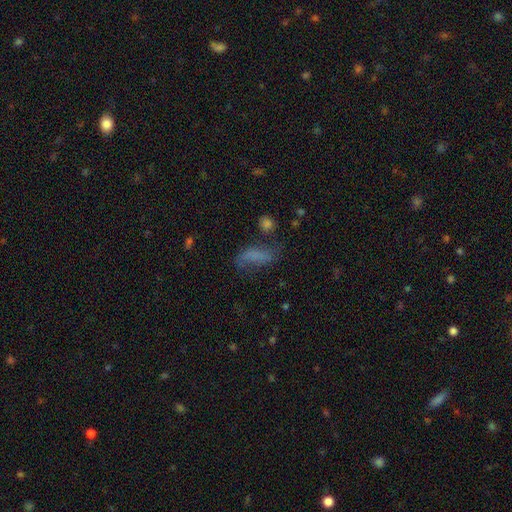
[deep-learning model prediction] Q: Smooth or featured?
A: smooth (56%); runner-up: featured or disk (28%)
Q: How rounded?
A: in between (70%); runner-up: cigar-shaped (24%)
Q: Merging?
A: none (45%); runner-up: minor disturbance (25%)